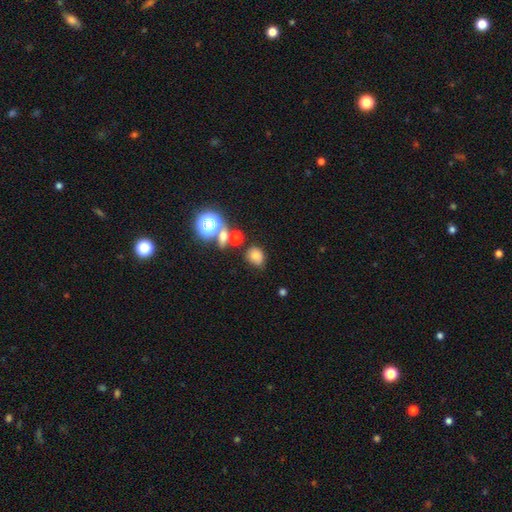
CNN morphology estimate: Overall: smooth (72%). How rounded: round (59%; in between 40%). Merging: none (64%).